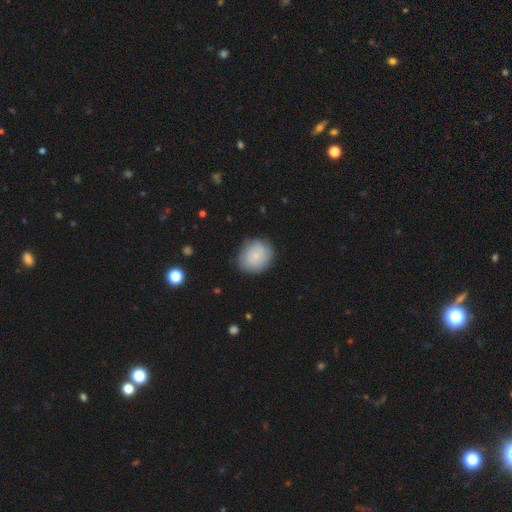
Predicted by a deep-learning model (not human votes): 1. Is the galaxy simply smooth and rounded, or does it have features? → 72% smooth, 21% featured or disk, 7% star or artifact.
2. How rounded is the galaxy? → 74% round, 25% in between, 1% cigar-shaped.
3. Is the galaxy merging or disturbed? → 79% none, 16% minor disturbance, 4% major disturbance, 1% merger.